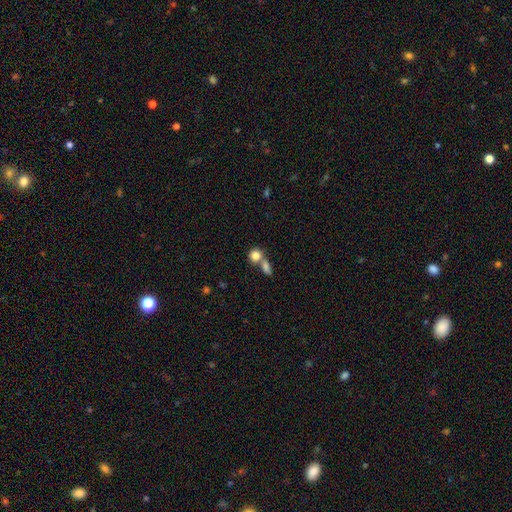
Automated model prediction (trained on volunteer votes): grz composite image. It shows a smooth galaxy with no disk features (82%) that is round (74%). Merging: merger (50%).